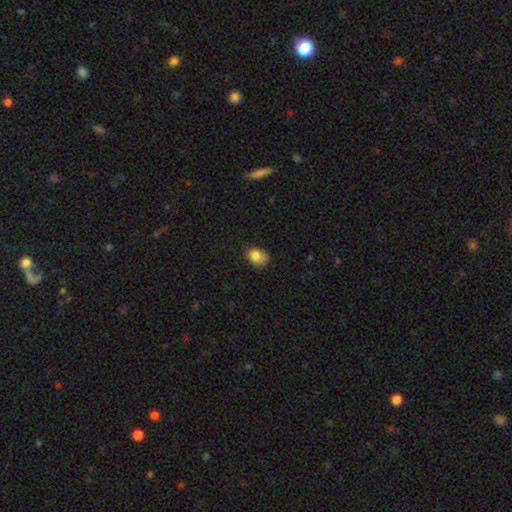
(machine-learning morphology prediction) Smooth or featured?
  - smooth: 81% *
  - star or artifact: 10%
  - featured or disk: 9%
How rounded?
  - in between: 62% *
  - round: 37%
  - cigar-shaped: 1%
Merging?
  - none: 56% *
  - minor disturbance: 33%
  - major disturbance: 9%
  - merger: 2%